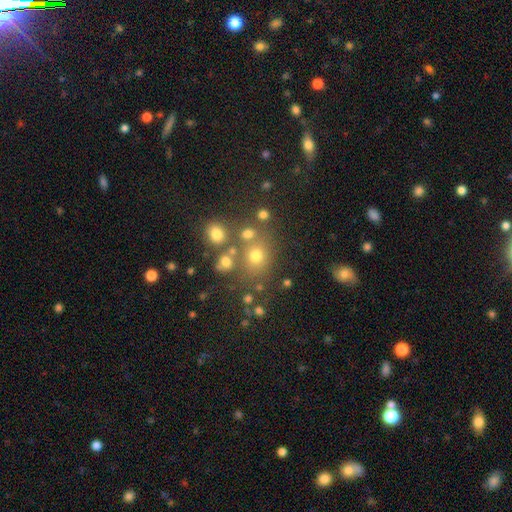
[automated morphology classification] Smooth or featured? Predicted: smooth (p=0.65). How rounded? Predicted: round (p=0.73). Merging? Predicted: none (p=0.67).